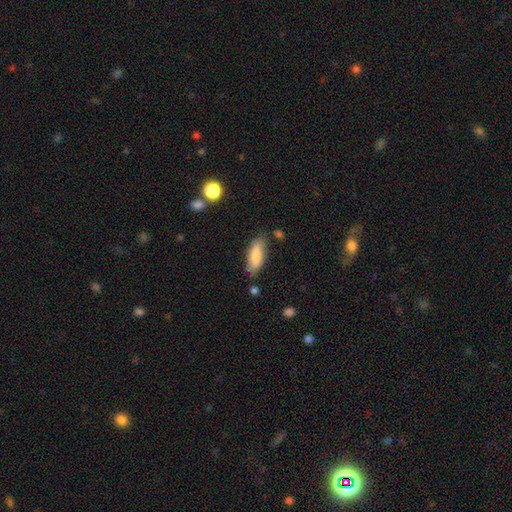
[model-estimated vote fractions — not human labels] Smooth or featured?
  - smooth: 81% *
  - featured or disk: 12%
  - star or artifact: 6%
How rounded?
  - in between: 69% *
  - cigar-shaped: 29%
  - round: 2%
Merging?
  - none: 76% *
  - minor disturbance: 17%
  - major disturbance: 4%
  - merger: 3%